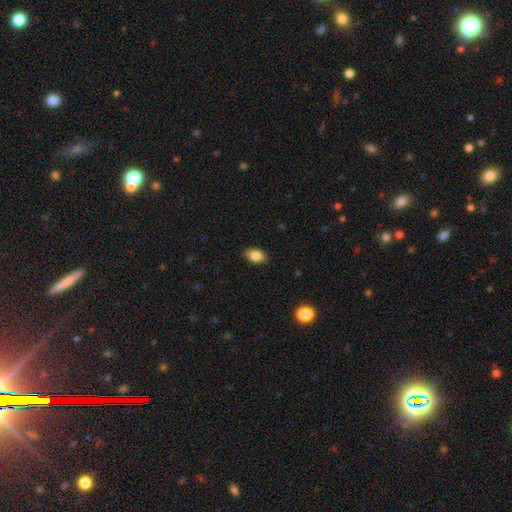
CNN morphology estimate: Smooth or featured? smooth (83%)
How rounded? in between (88%)
Merging? none (87%)